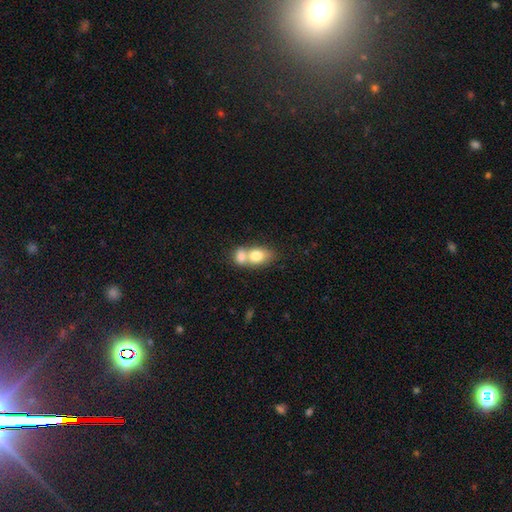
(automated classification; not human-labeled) smooth_or_featured: smooth (p=0.75) [alt: featured or disk p=0.18]
how_rounded: in between (p=0.71) [alt: round p=0.27]
merging: merger (p=0.72) [alt: none p=0.18]